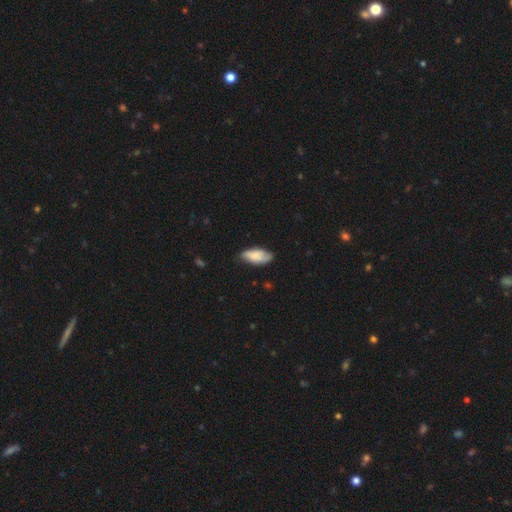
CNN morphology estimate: smooth-or-featured: smooth: 73% | featured or disk: 20% | star or artifact: 7%
  how-rounded: in between: 88% | cigar-shaped: 10% | round: 2%
  merging: none: 68% | minor disturbance: 26% | major disturbance: 5% | merger: 1%